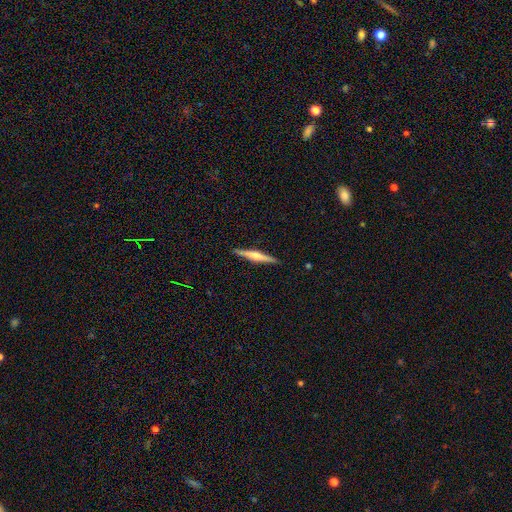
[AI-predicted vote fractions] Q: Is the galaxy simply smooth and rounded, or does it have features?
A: featured or disk — 67%.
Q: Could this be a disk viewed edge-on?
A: yes — 98%.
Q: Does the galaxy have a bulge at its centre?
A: rounded — 79%.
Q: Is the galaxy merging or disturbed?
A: none — 91%.